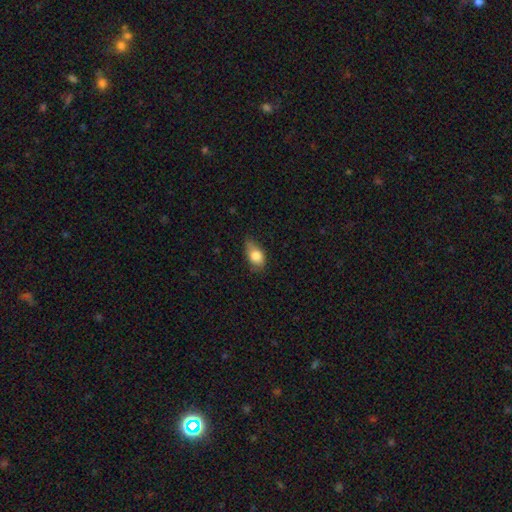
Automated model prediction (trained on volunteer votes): A smooth galaxy with no disk features (80%) that is in between round and cigar-shaped (85%). Merging: none (54%).